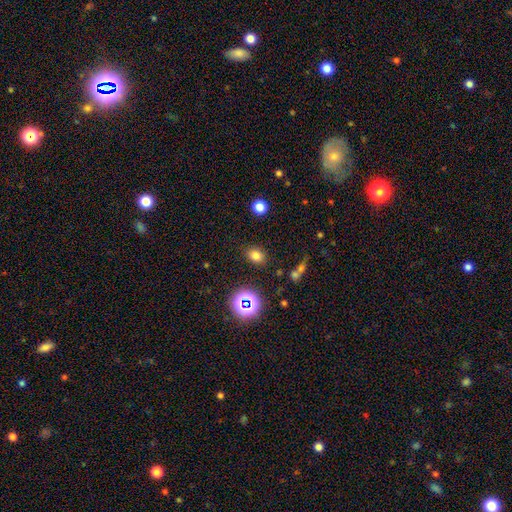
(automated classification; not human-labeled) A smooth galaxy with no disk features (75%) that is in between round and cigar-shaped (60%). Merging: none (84%).